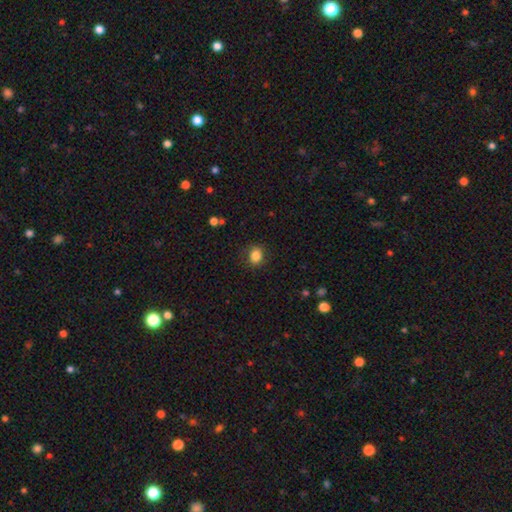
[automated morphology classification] Q: Smooth or featured?
A: smooth (85%); runner-up: star or artifact (10%)
Q: How rounded?
A: round (59%); runner-up: in between (40%)
Q: Merging?
A: none (83%); runner-up: minor disturbance (12%)